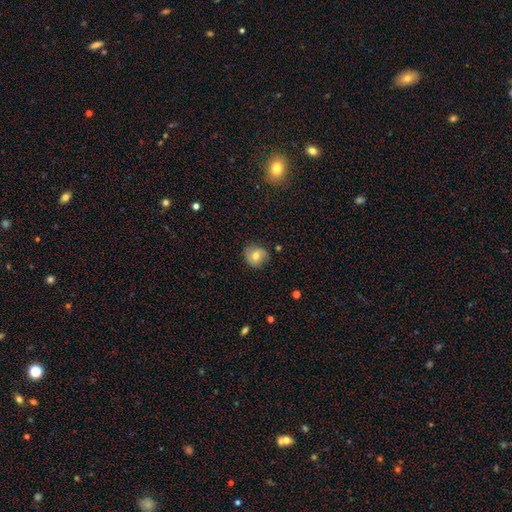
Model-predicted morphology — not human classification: A smooth galaxy with no disk features (66%) that is round (83%).

Vote fractions:
- Smooth or featured? smooth: 66% / featured or disk: 24% / star or artifact: 9%
- How rounded? round: 83% / in between: 16% / cigar-shaped: 1%
- Merging? none: 75% / minor disturbance: 19% / major disturbance: 4% / merger: 1%